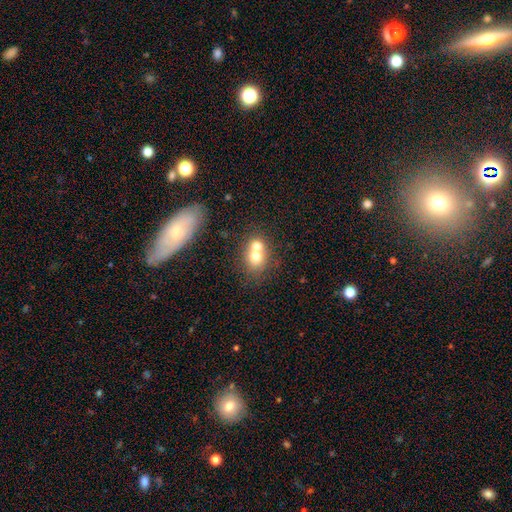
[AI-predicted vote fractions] A smooth galaxy with no disk features (68%) that is round (61%). Merging: merger (61%).